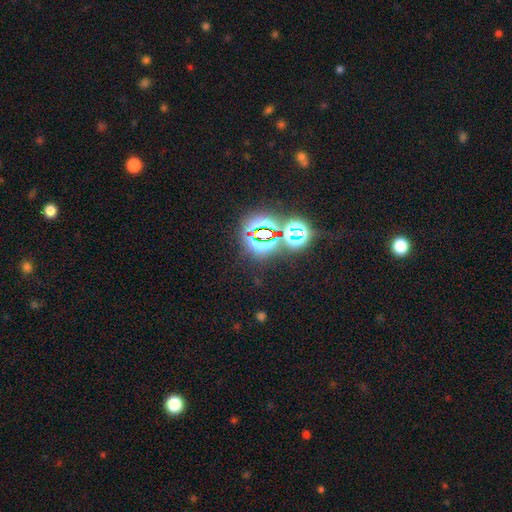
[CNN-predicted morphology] A star or artifact, not a galaxy (79%).

Vote fractions:
- Smooth or featured? star or artifact: 79% / smooth: 14% / featured or disk: 7%